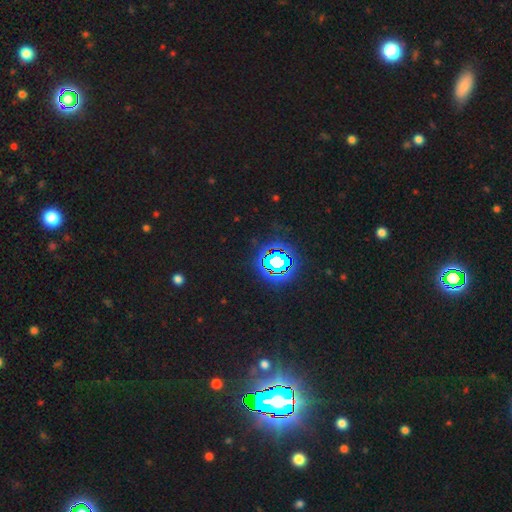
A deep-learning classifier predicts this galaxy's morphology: Overall: star or artifact (84%).